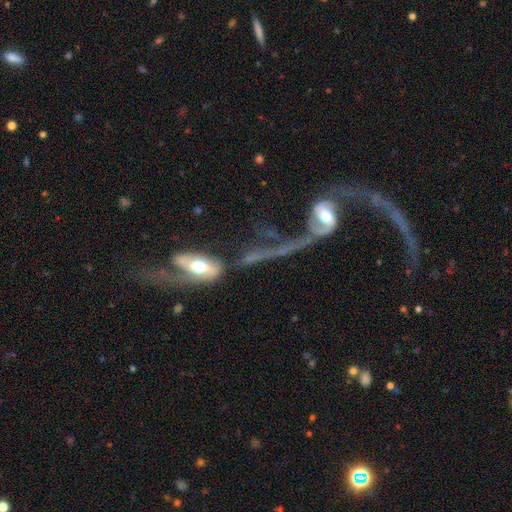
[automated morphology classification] This is likely a featured or disk galaxy (76%). It is clearly not viewed edge-on (85%). Bar: possibly no (52%). Spiral arm pattern: likely yes (75%). Central bulge: possibly moderate (54%). Merging: marginally merger (40%).